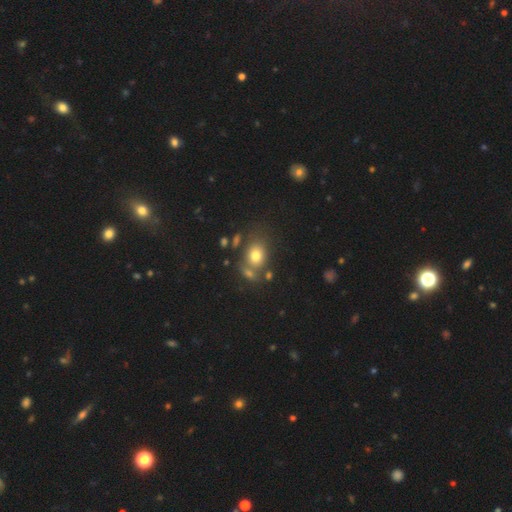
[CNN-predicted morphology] The model was most divided on "how rounded": in between: 51%, round: 48%, cigar-shaped: 1%. More confident: smooth or featured — smooth (75%); merging — none (58%).